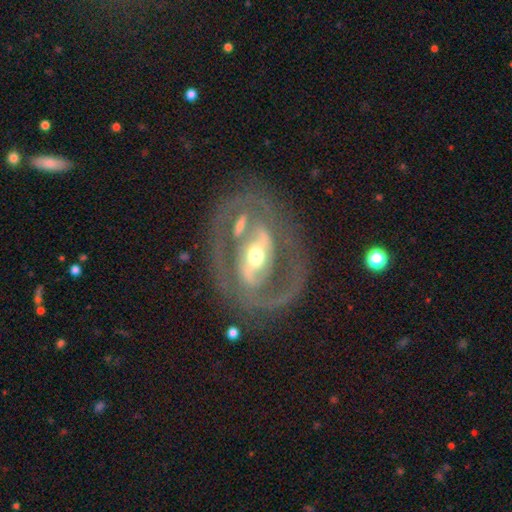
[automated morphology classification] Q: Smooth or featured?
A: featured or disk (84%); runner-up: smooth (10%)
Q: Edge-on disk?
A: no (94%); runner-up: yes (6%)
Q: Bar?
A: strong (53%); runner-up: weak (27%)
Q: Spiral arms?
A: yes (72%); runner-up: no (28%)
Q: Spiral winding?
A: medium (42%); runner-up: tight (41%)
Q: Spiral arm count?
A: 2 (74%); runner-up: can't tell (13%)
Q: Bulge size?
A: moderate (66%); runner-up: small (23%)
Q: Merging?
A: none (66%); runner-up: minor disturbance (16%)